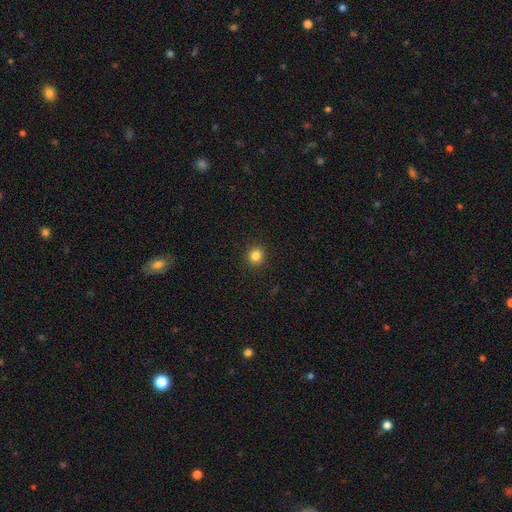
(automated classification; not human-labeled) A smooth galaxy with no disk features (83%) that is round (91%). Merging: none (92%).